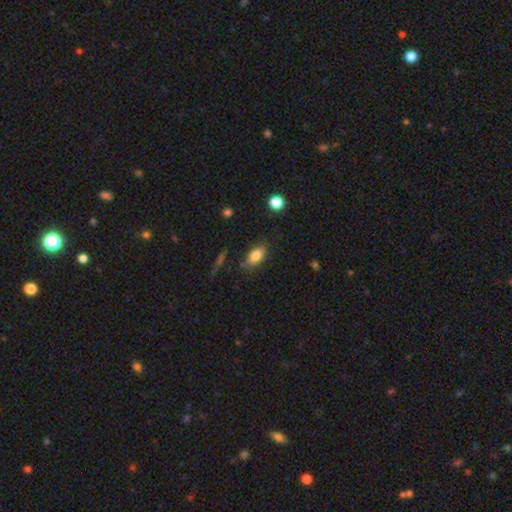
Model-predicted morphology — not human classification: Smooth or featured: smooth — 83% (featured or disk — 9%)
How rounded: in between — 89% (round — 7%)
Merging: none — 77% (minor disturbance — 15%)